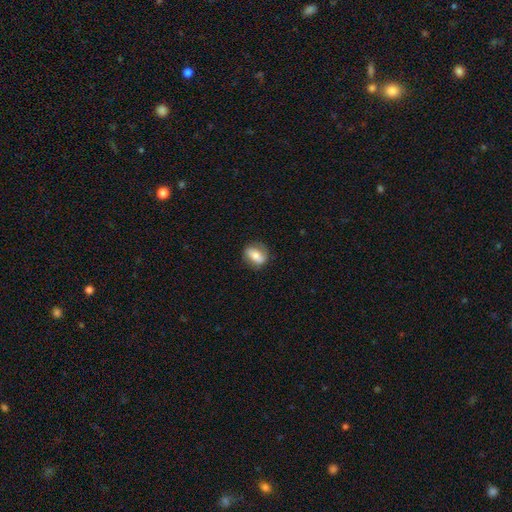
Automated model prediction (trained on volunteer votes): Smooth or featured? smooth (60%)
How rounded? in between (69%)
Merging? none (77%)